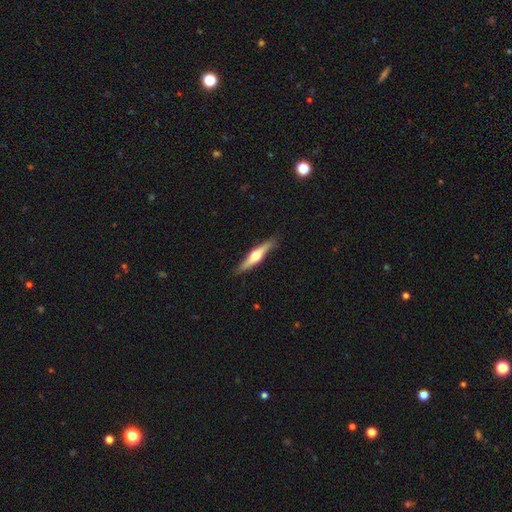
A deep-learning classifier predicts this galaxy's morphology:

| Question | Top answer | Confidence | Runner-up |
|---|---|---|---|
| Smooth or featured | featured or disk | 64% | smooth (31%) |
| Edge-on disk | yes | 96% | no (4%) |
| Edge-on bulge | rounded | 94% | boxy (3%) |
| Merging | none | 88% | minor disturbance (10%) |